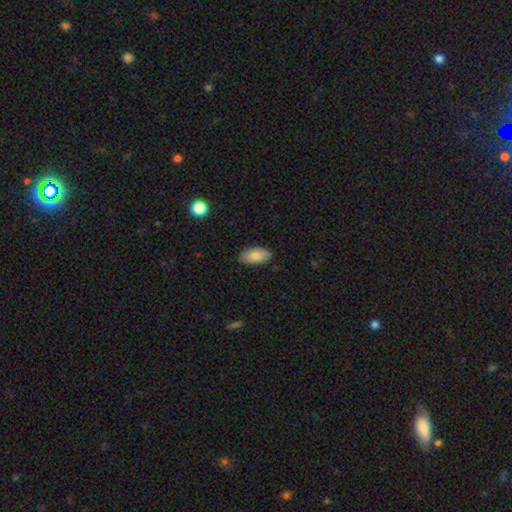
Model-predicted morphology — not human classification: type=smooth (85%); roundness=in between (93%); merging=none (87%).